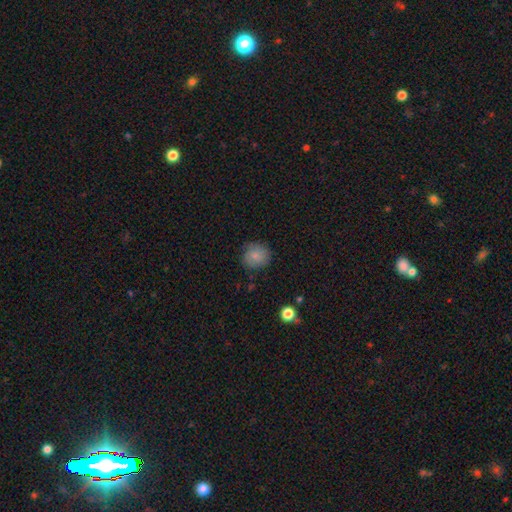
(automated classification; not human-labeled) This is likely a smooth galaxy (75%). How rounded: clearly round (84%). Merging: likely none (74%).